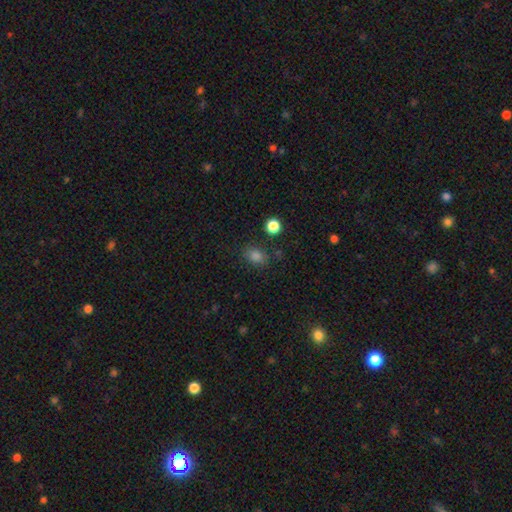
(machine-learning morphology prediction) Smooth or featured?
  - smooth: 78% *
  - star or artifact: 17%
  - featured or disk: 5%
How rounded?
  - in between: 59% *
  - round: 40%
  - cigar-shaped: 1%
Merging?
  - none: 81% *
  - minor disturbance: 12%
  - merger: 4%
  - major disturbance: 4%